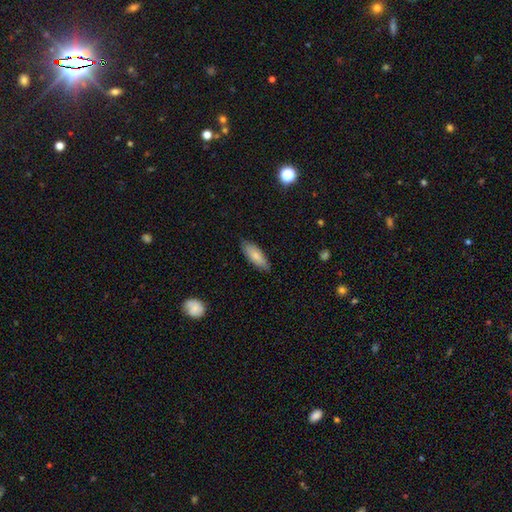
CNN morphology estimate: A smooth galaxy with no disk features (81%) that is in between round and cigar-shaped (65%).

Vote fractions:
- Smooth or featured? smooth: 81% / featured or disk: 13% / star or artifact: 6%
- How rounded? in between: 65% / cigar-shaped: 34% / round: 2%
- Merging? none: 82% / minor disturbance: 15% / major disturbance: 2% / merger: 1%